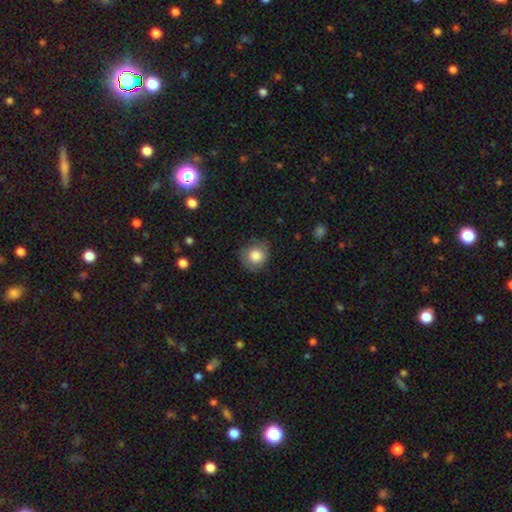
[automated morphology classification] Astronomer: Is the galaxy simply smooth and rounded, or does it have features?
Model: smooth — 80%.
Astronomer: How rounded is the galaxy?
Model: round — 84%.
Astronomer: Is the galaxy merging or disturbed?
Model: none — 73%.